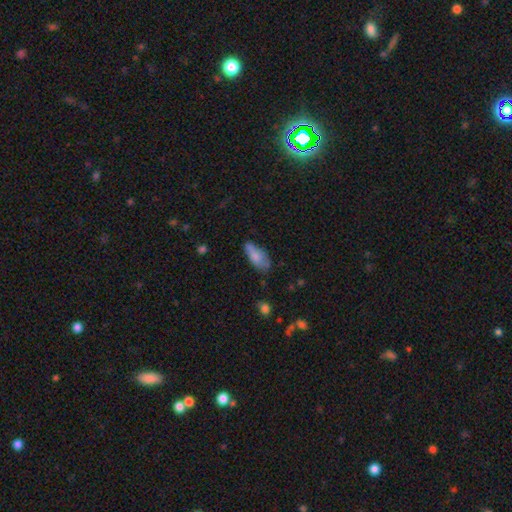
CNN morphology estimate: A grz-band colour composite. It shows a smooth galaxy with no disk features (74%) that is in between round and cigar-shaped (81%). Merging: none (52%).